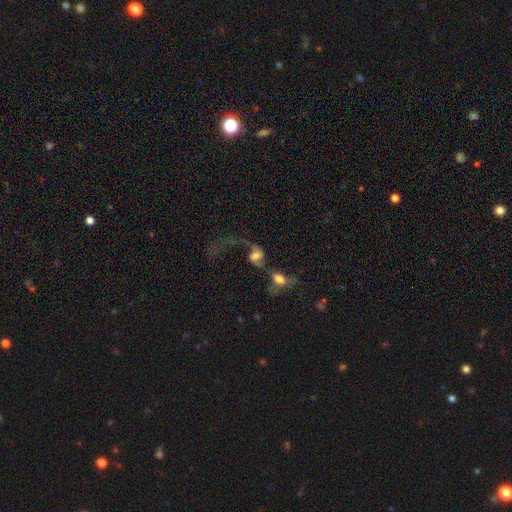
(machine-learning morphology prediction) This is likely a featured or disk galaxy (62%). It is clearly not viewed edge-on (95%). Bar: possibly no (49%). Spiral arm pattern: clearly yes (82%). Central bulge: marginally moderate (39%). Merging: possibly merger (52%).